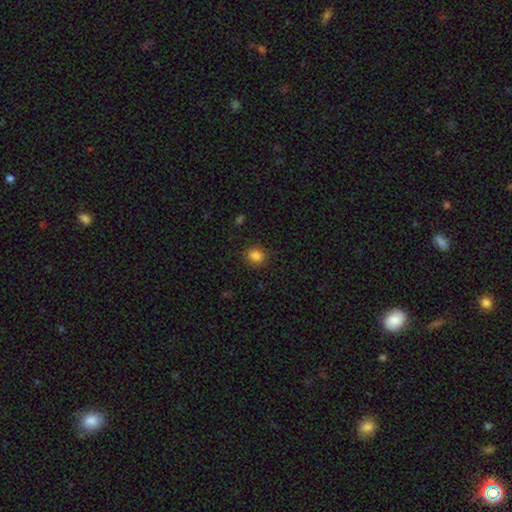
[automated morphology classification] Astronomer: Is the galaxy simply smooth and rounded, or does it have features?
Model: smooth — 85%.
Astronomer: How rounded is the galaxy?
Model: round — 73%.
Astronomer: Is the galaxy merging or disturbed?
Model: none — 89%.